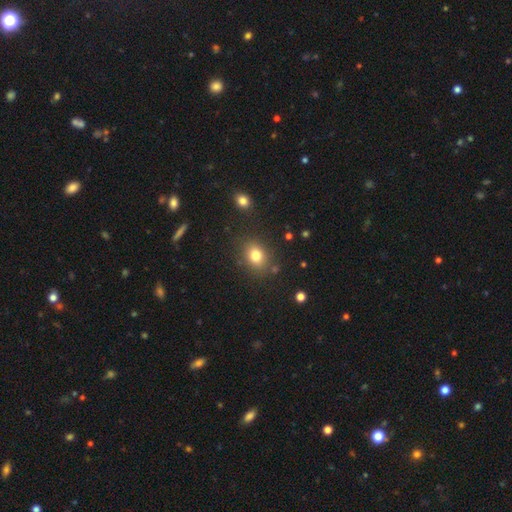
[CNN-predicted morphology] A smooth galaxy with no disk features (79%) that is round (50%).

Vote fractions:
- Smooth or featured? smooth: 79% / star or artifact: 12% / featured or disk: 8%
- How rounded? round: 50% / in between: 49% / cigar-shaped: 1%
- Merging? none: 82% / minor disturbance: 11% / major disturbance: 4% / merger: 4%